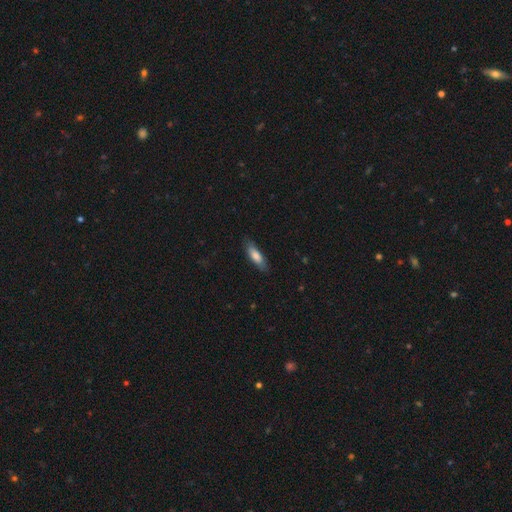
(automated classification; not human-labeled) Smooth or featured? Predicted: smooth (p=0.76). How rounded? Predicted: in between (p=0.49, tied with cigar-shaped). Merging? Predicted: none (p=0.82).